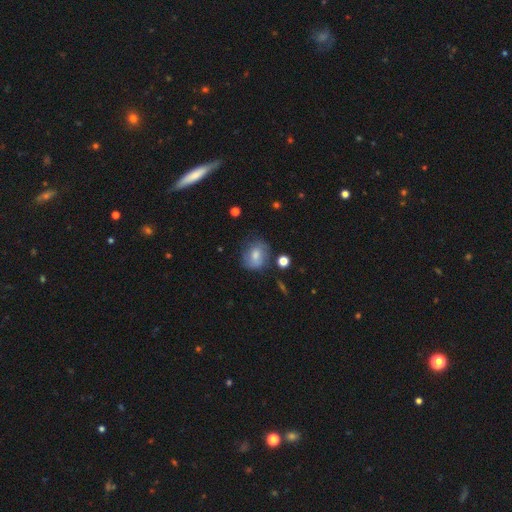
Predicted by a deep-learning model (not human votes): Smooth or featured? Predicted: smooth (p=0.66). How rounded? Predicted: round (p=0.59). Merging? Predicted: none (p=0.66).